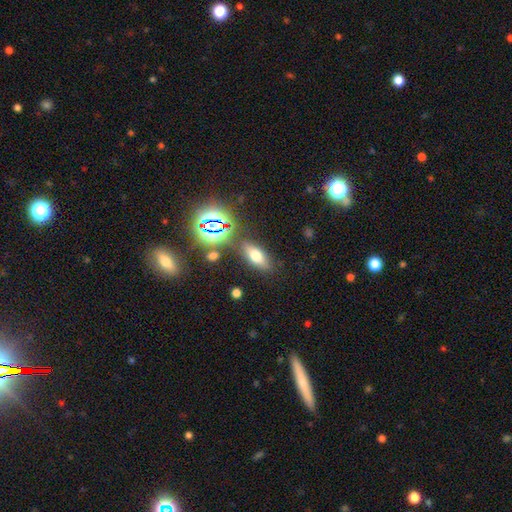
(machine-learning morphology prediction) smooth-or-featured: smooth: 60% | star or artifact: 21% | featured or disk: 19%
  how-rounded: in between: 69% | cigar-shaped: 23% | round: 8%
  merging: none: 80% | minor disturbance: 11% | merger: 5% | major disturbance: 4%